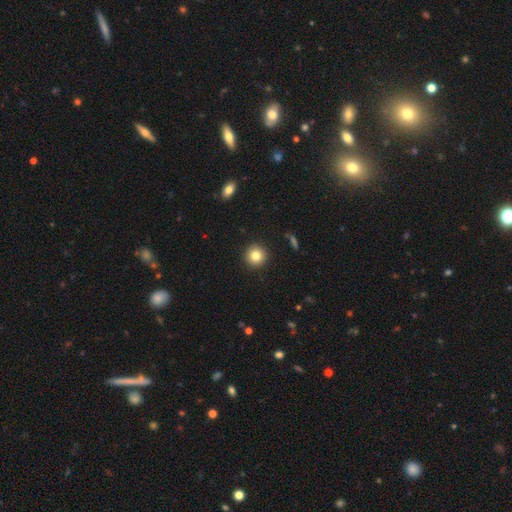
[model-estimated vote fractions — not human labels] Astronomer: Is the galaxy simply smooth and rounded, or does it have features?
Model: smooth — 82%.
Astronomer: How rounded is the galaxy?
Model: round — 95%.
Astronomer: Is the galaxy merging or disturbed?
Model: none — 92%.